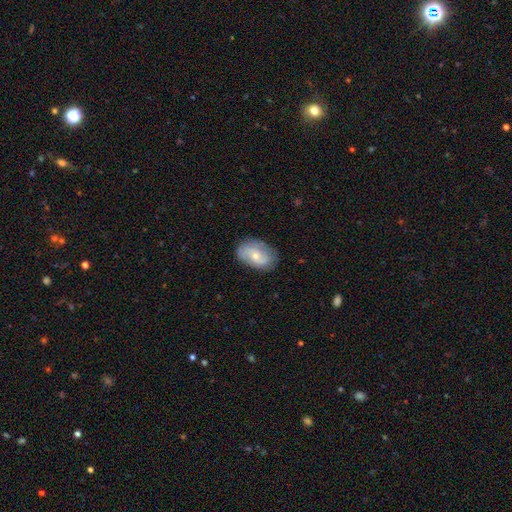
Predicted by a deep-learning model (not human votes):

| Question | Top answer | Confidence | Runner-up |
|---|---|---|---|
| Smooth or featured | featured or disk | 54% | smooth (39%) |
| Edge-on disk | no | 95% | yes (5%) |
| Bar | no | 67% | weak (27%) |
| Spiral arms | yes | 78% | no (22%) |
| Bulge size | small | 58% | moderate (39%) |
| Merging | none | 78% | minor disturbance (17%) |